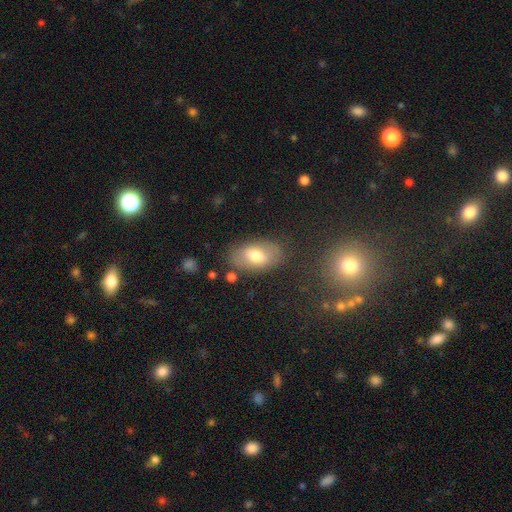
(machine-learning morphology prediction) Q: Smooth or featured?
A: smooth (68%); runner-up: featured or disk (24%)
Q: How rounded?
A: in between (91%); runner-up: round (7%)
Q: Merging?
A: none (76%); runner-up: minor disturbance (15%)